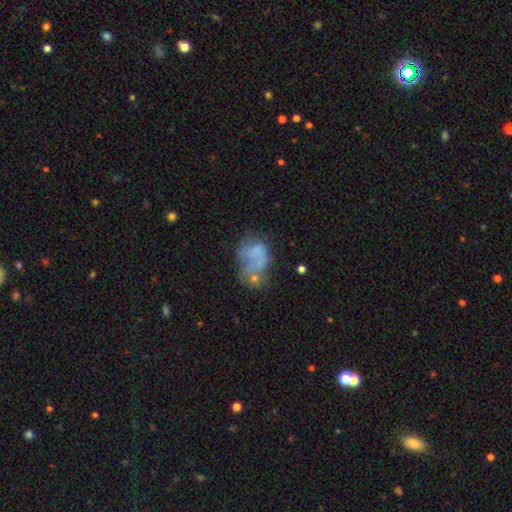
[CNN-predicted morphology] A smooth galaxy with no disk features (52%) that is in between round and cigar-shaped (74%). Merging: merger (34%).